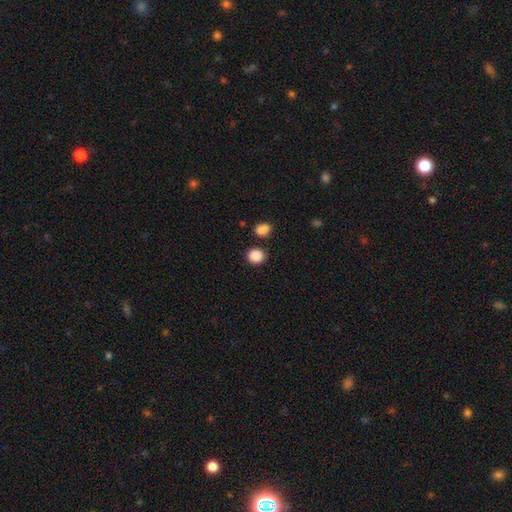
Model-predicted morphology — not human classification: smooth 88%, star or artifact 9%, featured or disk 3%. Down the decision tree: how rounded — round (81%); merging — none (84%).